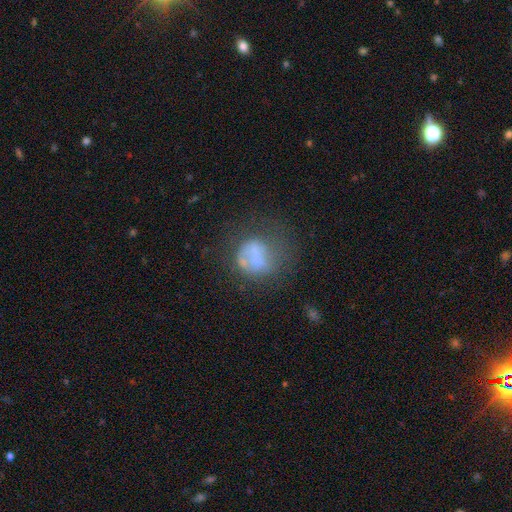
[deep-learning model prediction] This appears to be a smooth galaxy with no disk features (53%) that is round (73%). Merging: none (38%).